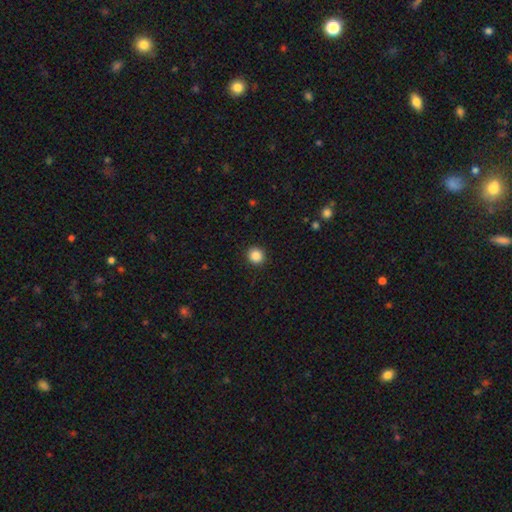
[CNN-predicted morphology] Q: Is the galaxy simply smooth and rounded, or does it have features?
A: smooth — 87%.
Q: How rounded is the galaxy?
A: round — 88%.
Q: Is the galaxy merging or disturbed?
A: none — 92%.